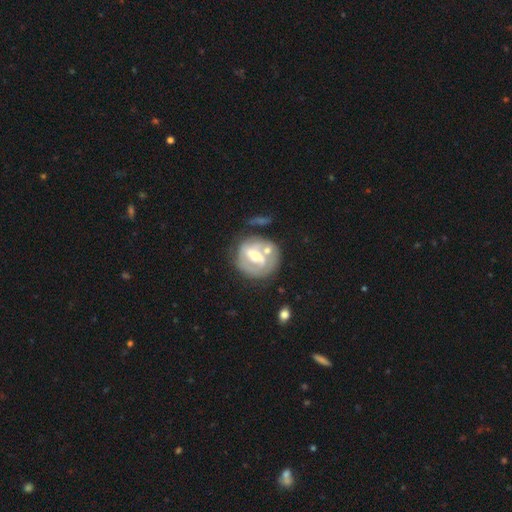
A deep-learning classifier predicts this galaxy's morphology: Smooth or featured? Predicted: featured or disk (p=0.74). Edge-on disk? Predicted: no (p=0.97). Bar? Predicted: weak (p=0.41). Spiral arms? Predicted: yes (p=0.74). Spiral winding? Predicted: tight (p=0.53). Spiral arm count? Predicted: 2 (p=0.58). Bulge size? Predicted: moderate (p=0.56). Merging? Predicted: none (p=0.53).